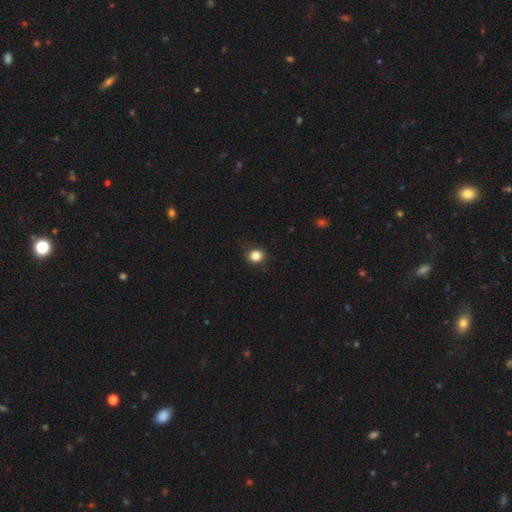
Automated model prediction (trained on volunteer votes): smooth_or_featured: smooth (p=0.84) [alt: star or artifact p=0.11]
how_rounded: round (p=0.81) [alt: in between p=0.18]
merging: none (p=0.90) [alt: minor disturbance p=0.07]